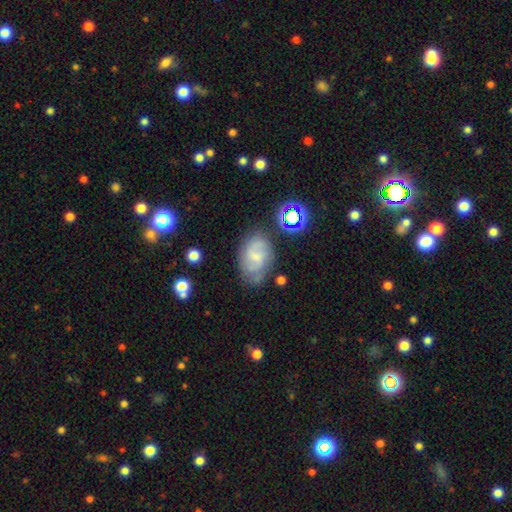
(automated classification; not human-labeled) The model was most divided on "smooth or featured": featured or disk: 48%, smooth: 40%, star or artifact: 12%. More confident: merging — none (65%).